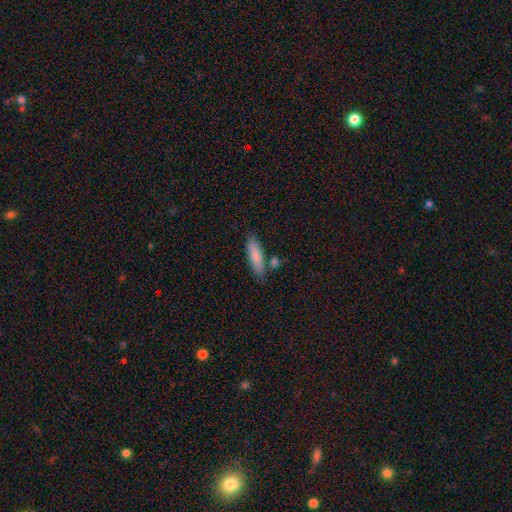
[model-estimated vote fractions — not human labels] Q: Smooth or featured?
A: smooth (83%); runner-up: featured or disk (10%)
Q: How rounded?
A: cigar-shaped (64%); runner-up: in between (34%)
Q: Merging?
A: none (75%); runner-up: minor disturbance (14%)